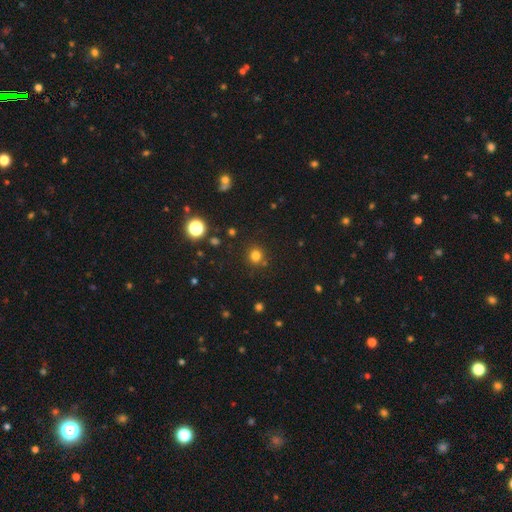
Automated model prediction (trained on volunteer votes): Smooth or featured? smooth (78%)
How rounded? round (91%)
Merging? none (85%)